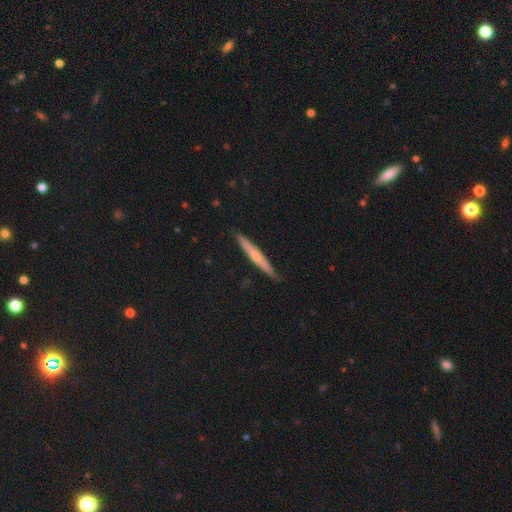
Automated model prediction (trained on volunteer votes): Overall: featured or disk (49%; smooth 45%). Merging: none (88%).